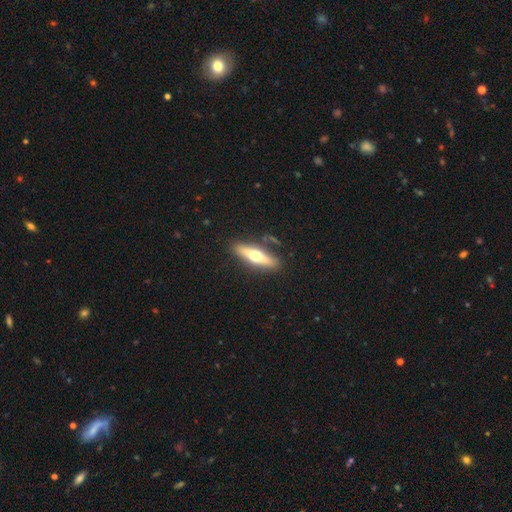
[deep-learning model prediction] A featured or disk galaxy (56%) viewed edge-on (91%) with a rounded central bulge (95%).

Vote fractions:
- Smooth or featured? featured or disk: 56% / smooth: 38% / star or artifact: 6%
- Edge-on disk? yes: 91% / no: 9%
- Edge-on bulge? rounded: 95% / none: 3% / boxy: 2%
- Merging? none: 85% / minor disturbance: 10% / merger: 3% / major disturbance: 3%